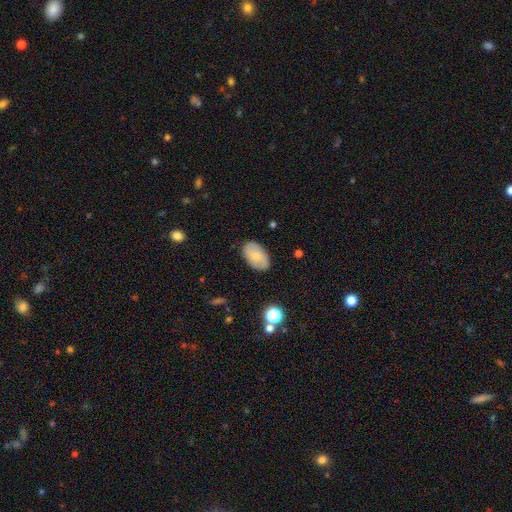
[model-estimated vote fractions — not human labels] Q: Smooth or featured?
A: smooth (70%); runner-up: featured or disk (23%)
Q: How rounded?
A: in between (92%); runner-up: round (6%)
Q: Merging?
A: none (84%); runner-up: minor disturbance (12%)